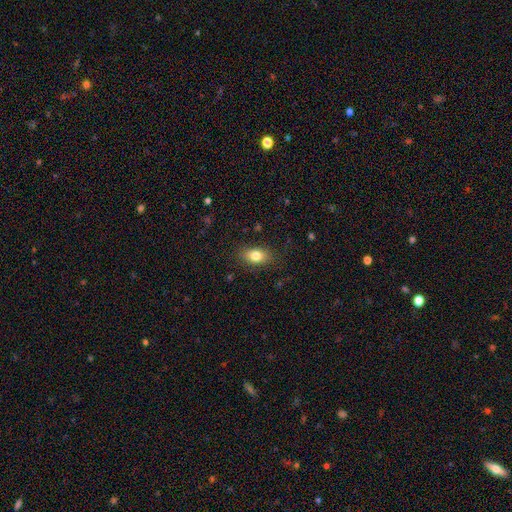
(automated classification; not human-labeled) This appears to be a smooth galaxy with no disk features (80%) that is in between round and cigar-shaped (86%). Merging: none (84%).